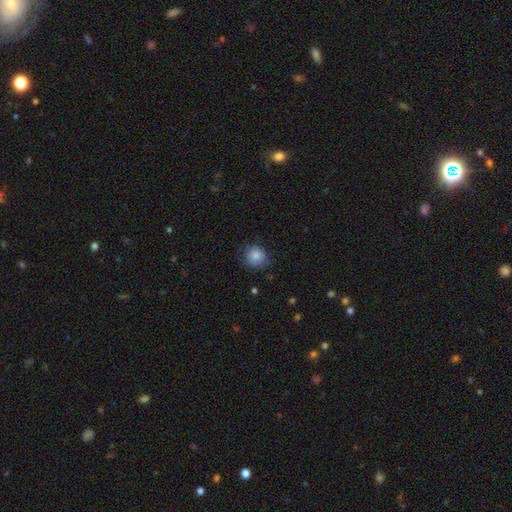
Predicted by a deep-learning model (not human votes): A smooth galaxy with no disk features (85%) that is round (86%).

Vote fractions:
- Smooth or featured? smooth: 85% / star or artifact: 9% / featured or disk: 6%
- How rounded? round: 86% / in between: 13% / cigar-shaped: 1%
- Merging? none: 77% / minor disturbance: 18% / major disturbance: 4% / merger: 1%